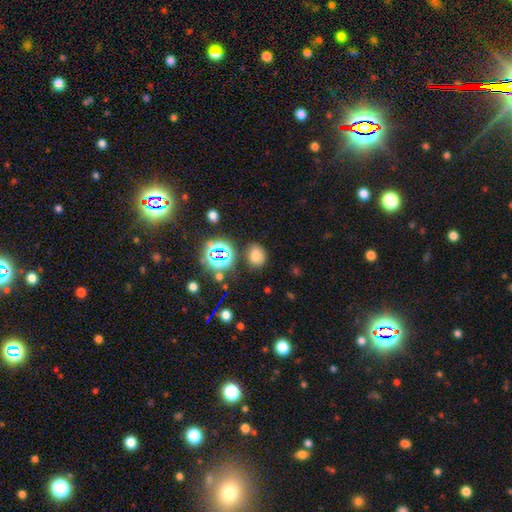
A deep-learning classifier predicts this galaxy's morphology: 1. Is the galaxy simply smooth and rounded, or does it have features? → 66% smooth, 25% star or artifact, 9% featured or disk.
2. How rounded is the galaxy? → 51% round, 48% in between, 1% cigar-shaped.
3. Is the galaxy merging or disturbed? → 80% none, 13% minor disturbance, 4% major disturbance, 4% merger.